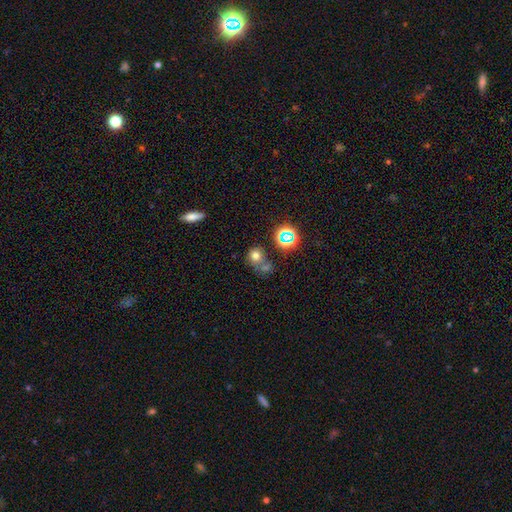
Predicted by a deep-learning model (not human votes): This appears to be a smooth galaxy with no disk features (69%) that is round (77%). Merging: none (46%).